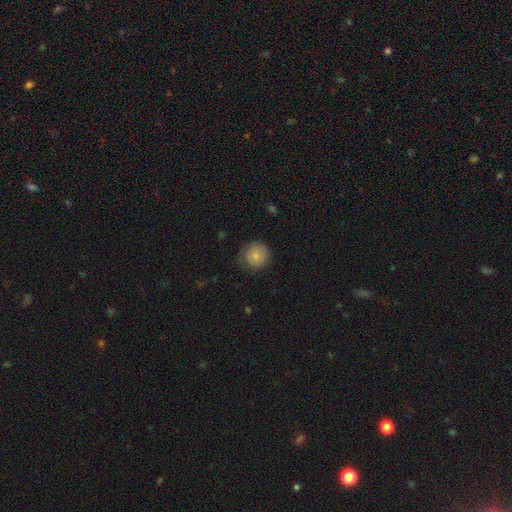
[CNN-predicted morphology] type=smooth (78%); roundness=round (92%); merging=none (70%).